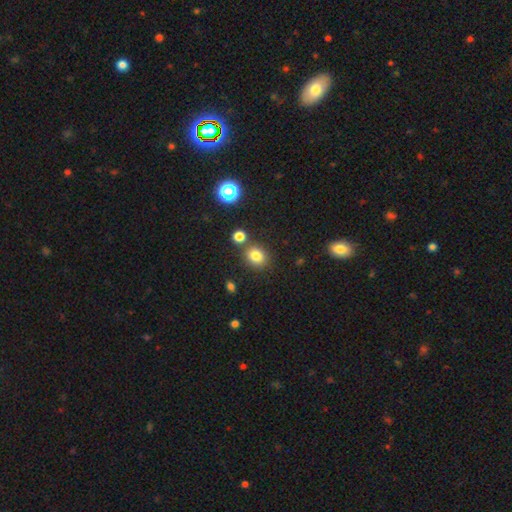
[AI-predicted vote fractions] Overall: smooth (80%). How rounded: round (69%; in between 30%). Merging: none (76%).